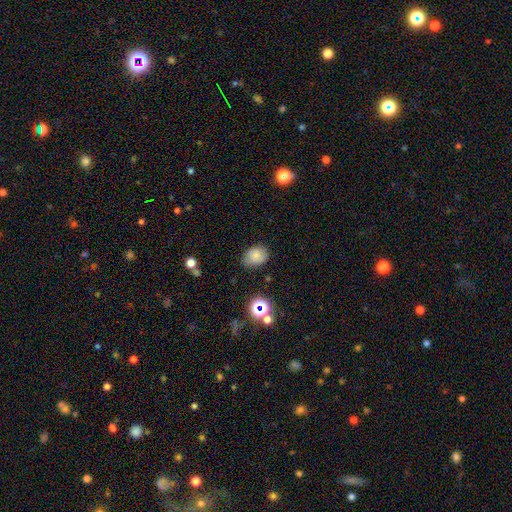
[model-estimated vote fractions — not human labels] Overall: smooth (77%). How rounded: in between (65%; round 34%). Merging: none (73%).